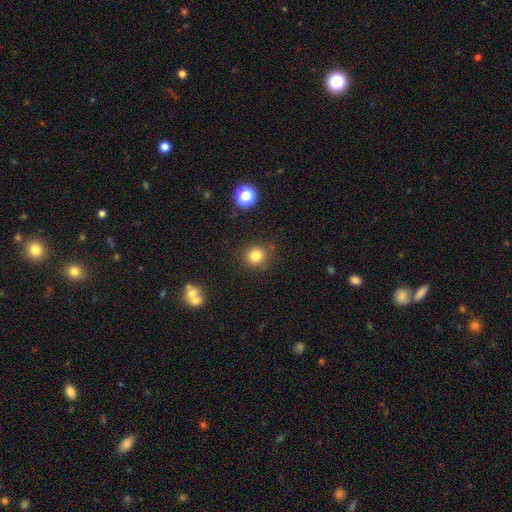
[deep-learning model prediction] smooth_or_featured: smooth (p=0.81) [alt: star or artifact p=0.13]
how_rounded: round (p=0.89) [alt: in between p=0.10]
merging: none (p=0.85) [alt: minor disturbance p=0.09]